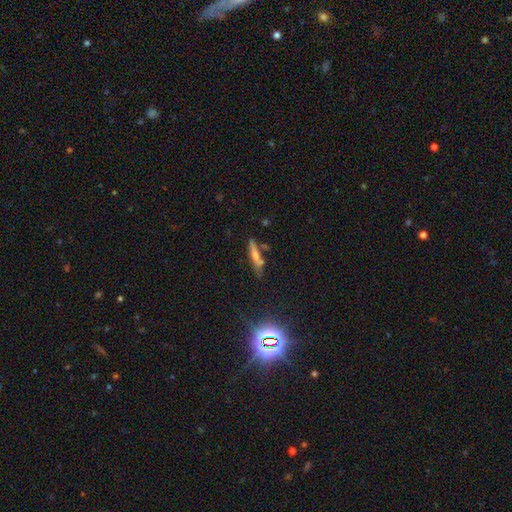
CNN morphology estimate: Smooth or featured?
  - smooth: 54% *
  - featured or disk: 35%
  - star or artifact: 11%
How rounded?
  - cigar-shaped: 83% *
  - in between: 14%
  - round: 2%
Merging?
  - none: 64% *
  - minor disturbance: 19%
  - merger: 12%
  - major disturbance: 5%